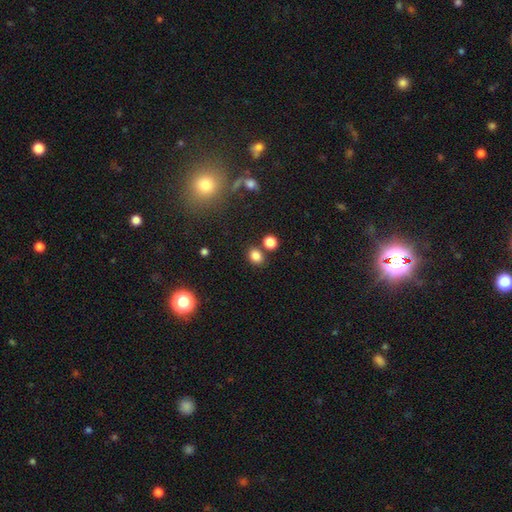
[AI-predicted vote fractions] Morphology: type=smooth (83%); roundness=in between (54%); merging=none (72%).